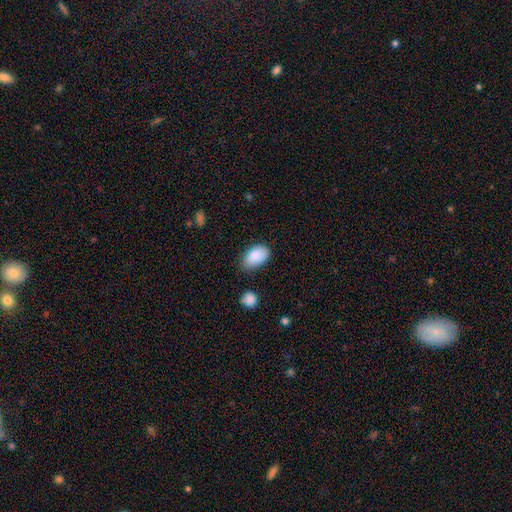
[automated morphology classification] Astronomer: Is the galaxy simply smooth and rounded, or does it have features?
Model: smooth — 88%.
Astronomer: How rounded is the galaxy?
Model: in between — 93%.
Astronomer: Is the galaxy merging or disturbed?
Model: none — 68%.